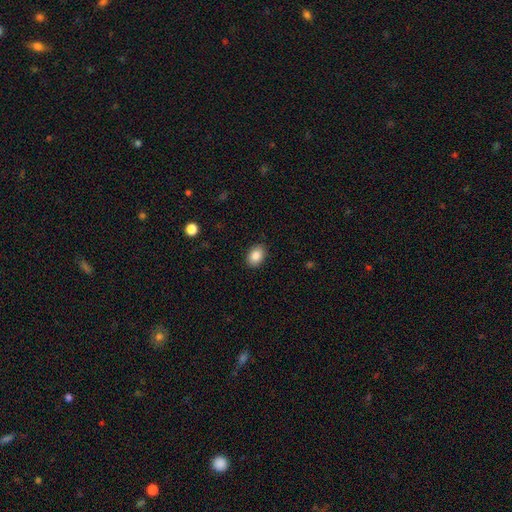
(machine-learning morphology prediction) smooth-or-featured: smooth: 87% | star or artifact: 8% | featured or disk: 5%
  how-rounded: in between: 78% | round: 21% | cigar-shaped: 1%
  merging: none: 89% | minor disturbance: 8% | major disturbance: 2% | merger: 1%